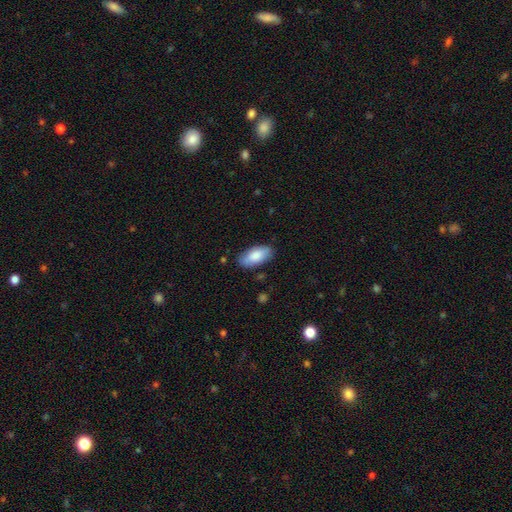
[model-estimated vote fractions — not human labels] A smooth galaxy with no disk features (83%) that is in between round and cigar-shaped (92%).

Vote fractions:
- Smooth or featured? smooth: 83% / featured or disk: 11% / star or artifact: 6%
- How rounded? in between: 92% / cigar-shaped: 6% / round: 2%
- Merging? none: 84% / minor disturbance: 12% / major disturbance: 3% / merger: 1%